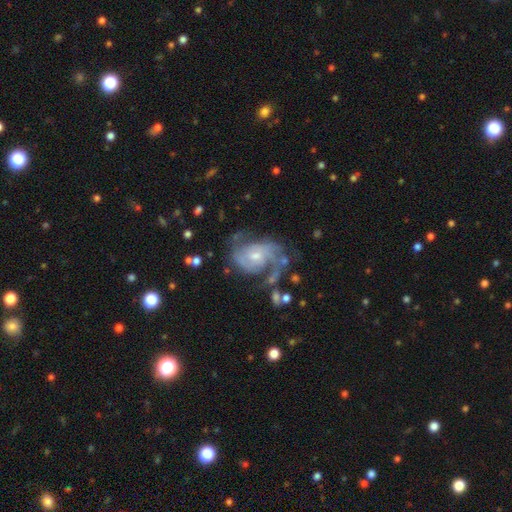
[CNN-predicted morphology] A featured or disk galaxy (85%) with no bar (63%), 2 (54%) medium (43%) spiral arms (93%) and a small central bulge (49%).

Vote fractions:
- Smooth or featured? featured or disk: 85% / smooth: 9% / star or artifact: 6%
- Edge-on disk? no: 98% / yes: 2%
- Bar? no: 63% / weak: 31% / strong: 6%
- Spiral arms? yes: 93% / no: 7%
- Spiral winding? medium: 43% / tight: 36% / loose: 21%
- Spiral arm count? 2: 54% / can't tell: 17% / 1: 12% / 3: 10% / 4: 3% / more than 4: 3%
- Bulge size? small: 49% / moderate: 45% / large: 3% / none: 3% / dominant: 1%
- Merging? none: 49% / major disturbance: 25% / minor disturbance: 20% / merger: 6%